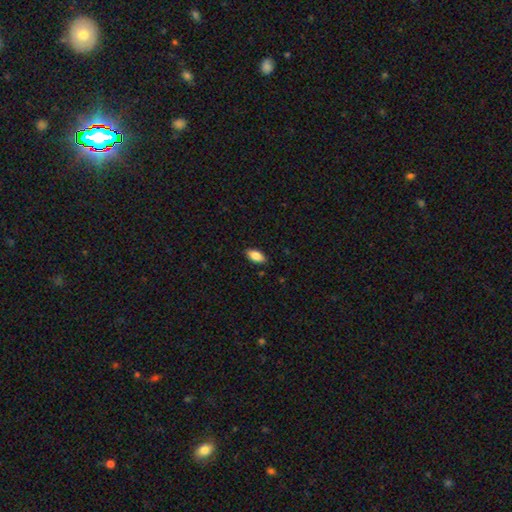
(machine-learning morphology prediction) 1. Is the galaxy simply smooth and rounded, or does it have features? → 86% smooth, 7% featured or disk, 7% star or artifact.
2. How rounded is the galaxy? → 91% in between, 7% cigar-shaped, 3% round.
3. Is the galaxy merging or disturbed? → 87% none, 10% minor disturbance, 2% major disturbance, 1% merger.